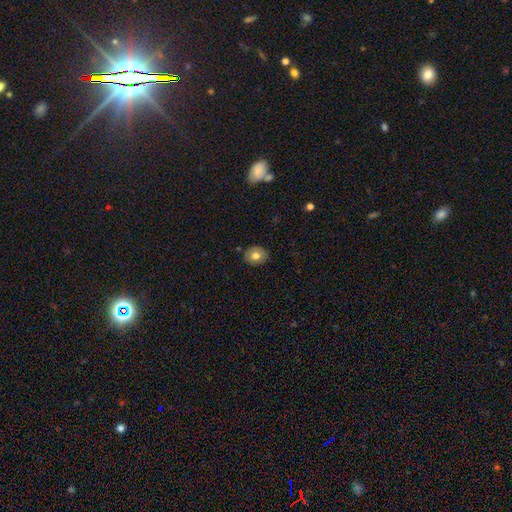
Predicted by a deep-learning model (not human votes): The model was most divided on "how rounded": round: 63%, in between: 36%, cigar-shaped: 1%. More confident: merging — none (86%); smooth or featured — smooth (71%).